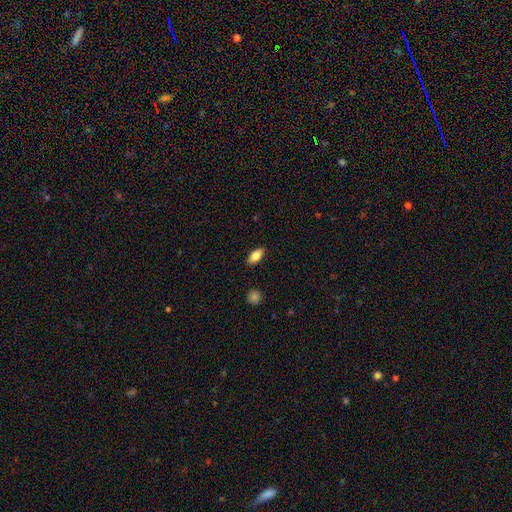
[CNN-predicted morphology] Smooth or featured? smooth (79%)
How rounded? in between (86%)
Merging? none (88%)